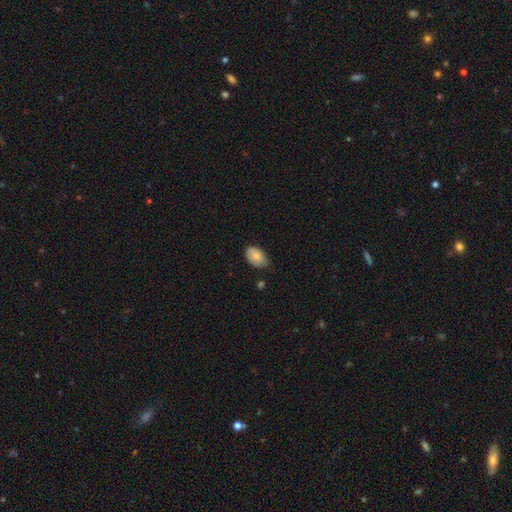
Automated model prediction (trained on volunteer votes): smooth 79%, featured or disk 14%, star or artifact 7%. Down the decision tree: how rounded — in between (91%); merging — none (66%).